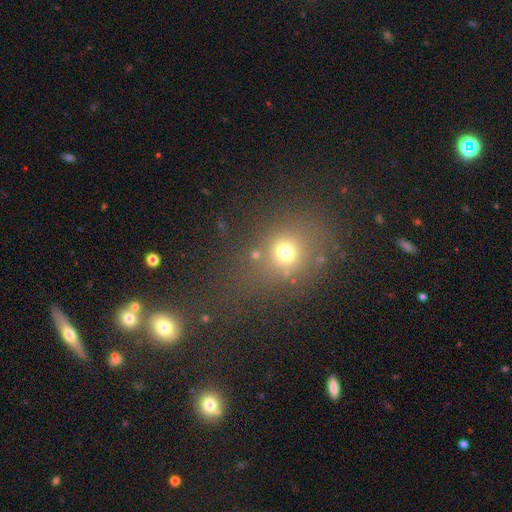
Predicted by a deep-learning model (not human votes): Q: Smooth or featured?
A: smooth (67%); runner-up: star or artifact (22%)
Q: How rounded?
A: round (73%); runner-up: in between (26%)
Q: Merging?
A: none (65%); runner-up: minor disturbance (14%)